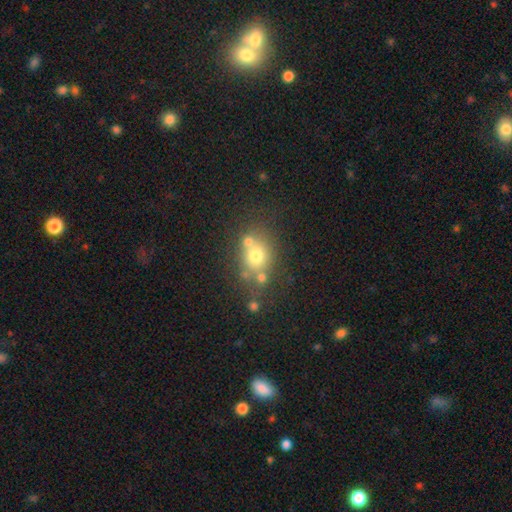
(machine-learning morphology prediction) smooth_or_featured: smooth (p=0.66) [alt: featured or disk p=0.18]
how_rounded: round (p=0.67) [alt: in between p=0.32]
merging: none (p=0.55) [alt: merger p=0.26]